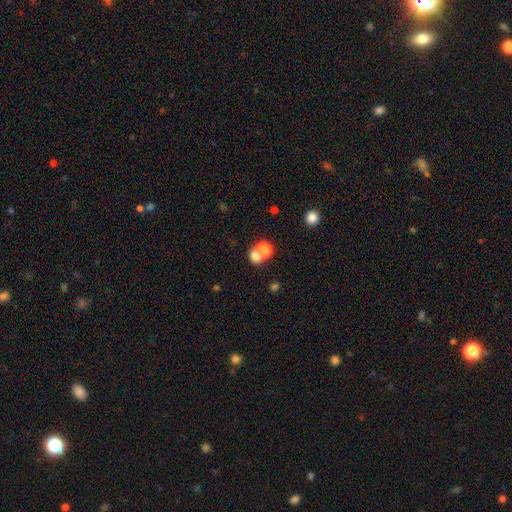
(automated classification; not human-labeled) smooth 72%, star or artifact 16%, featured or disk 12%. Down the decision tree: how rounded — round (72%); merging — merger (50%).